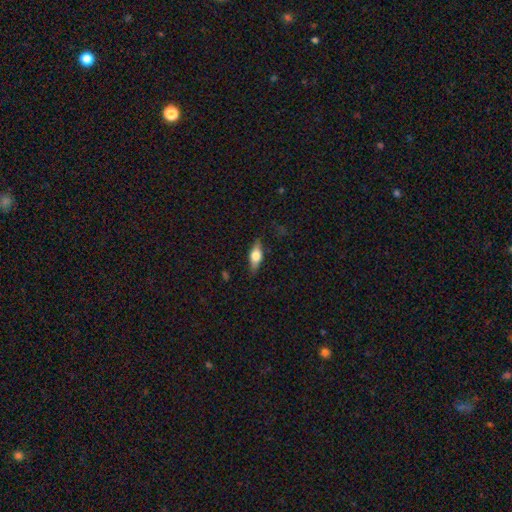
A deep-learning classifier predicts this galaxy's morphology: Overall: smooth (54%; featured or disk 39%). How rounded: in between (66%; cigar-shaped 30%). Merging: none (82%).